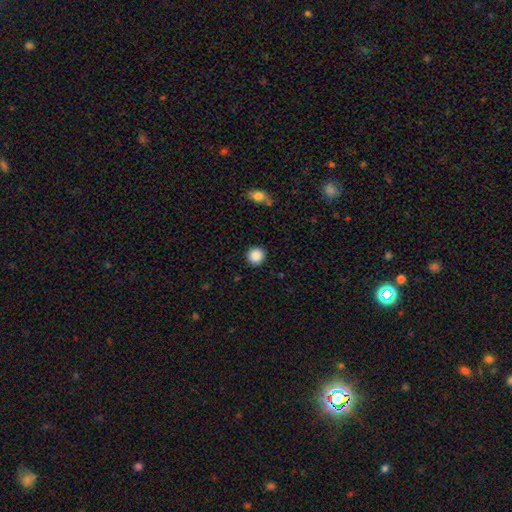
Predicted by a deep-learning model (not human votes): smooth 89%, star or artifact 8%, featured or disk 3%. Down the decision tree: how rounded — round (94%); merging — none (91%).